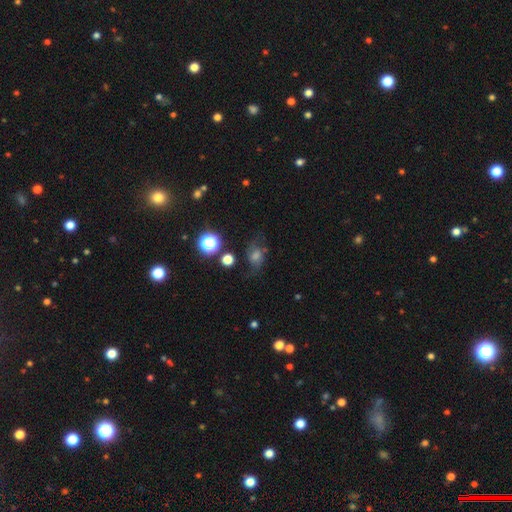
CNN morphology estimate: type=smooth (41%); merging=none (60%).